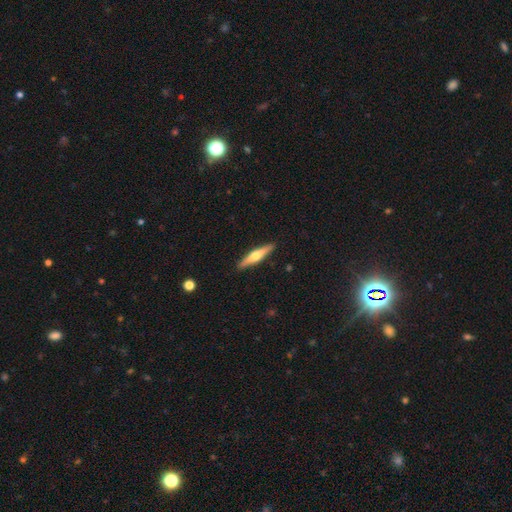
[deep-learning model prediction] A featured or disk galaxy (57%) viewed edge-on (96%) with a rounded central bulge (92%). Merging: none (91%).